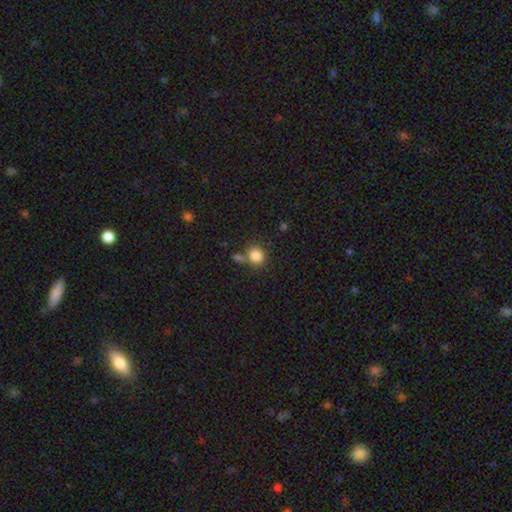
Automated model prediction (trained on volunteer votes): This appears to be a smooth galaxy with no disk features (85%) that is round (82%). Merging: none (64%).